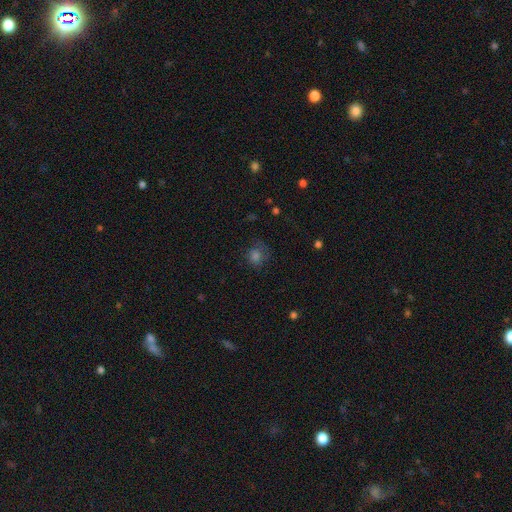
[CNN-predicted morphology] smooth-or-featured: smooth: 71% | star or artifact: 18% | featured or disk: 11%
  how-rounded: round: 74% | in between: 25% | cigar-shaped: 1%
  merging: none: 61% | minor disturbance: 22% | major disturbance: 15% | merger: 2%